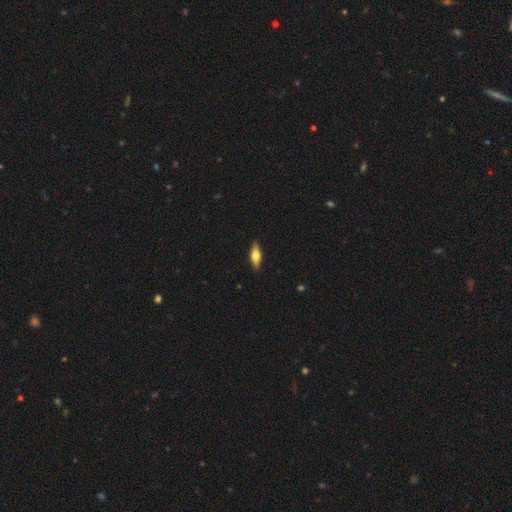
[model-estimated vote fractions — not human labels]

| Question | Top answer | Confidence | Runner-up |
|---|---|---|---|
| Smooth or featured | smooth | 50% | featured or disk (44%) |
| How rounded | in between | 59% | cigar-shaped (38%) |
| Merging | none | 89% | minor disturbance (8%) |